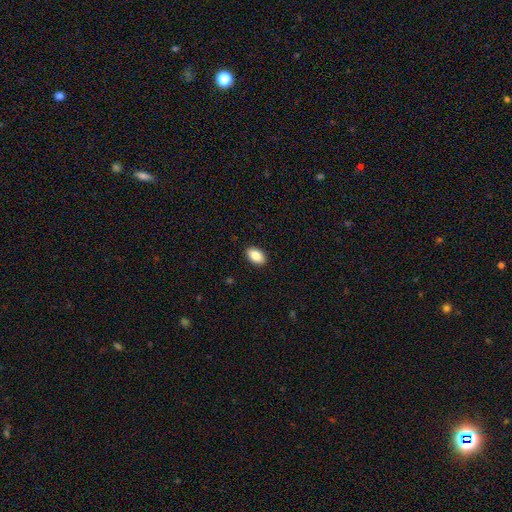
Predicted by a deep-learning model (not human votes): Smooth or featured: smooth — 87% (star or artifact — 7%)
How rounded: in between — 92% (round — 7%)
Merging: none — 90% (minor disturbance — 7%)